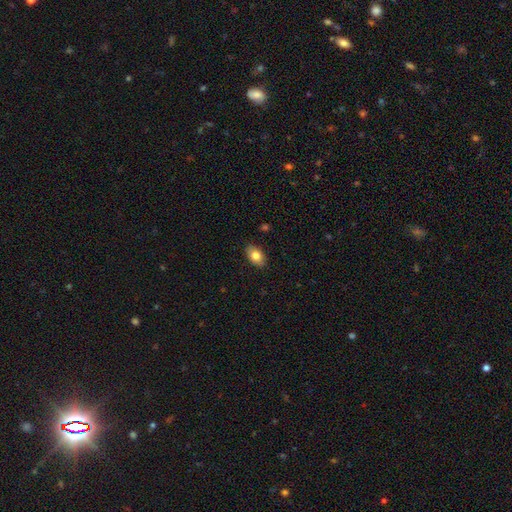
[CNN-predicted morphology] This appears to be a smooth galaxy with no disk features (81%) that is in between round and cigar-shaped (89%). Merging: none (88%).